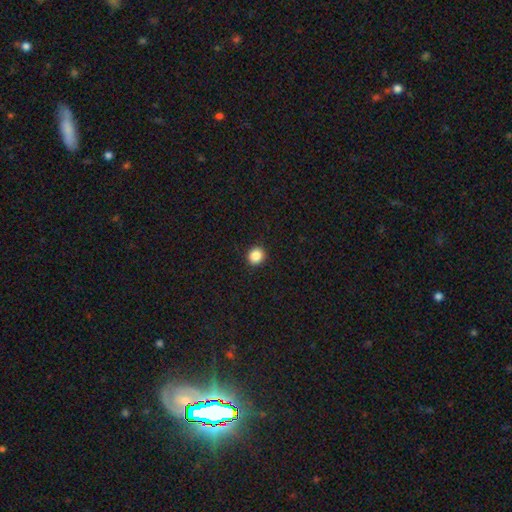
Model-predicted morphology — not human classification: This appears to be a smooth galaxy with no disk features (87%) that is round (87%). Merging: none (92%).